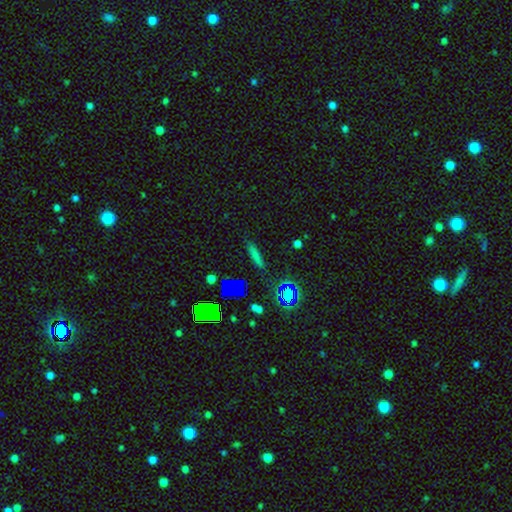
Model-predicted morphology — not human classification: A smooth galaxy with no disk features (65%) that is cigar-shaped (81%).

Vote fractions:
- Smooth or featured? smooth: 65% / star or artifact: 22% / featured or disk: 14%
- How rounded? cigar-shaped: 81% / in between: 15% / round: 4%
- Merging? none: 83% / minor disturbance: 11% / major disturbance: 3% / merger: 3%